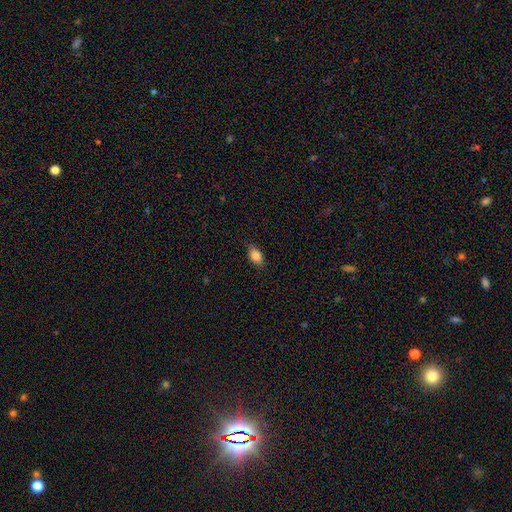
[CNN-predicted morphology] smooth_or_featured: smooth (p=0.84) [alt: star or artifact p=0.08]
how_rounded: in between (p=0.85) [alt: round p=0.10]
merging: none (p=0.79) [alt: minor disturbance p=0.17]